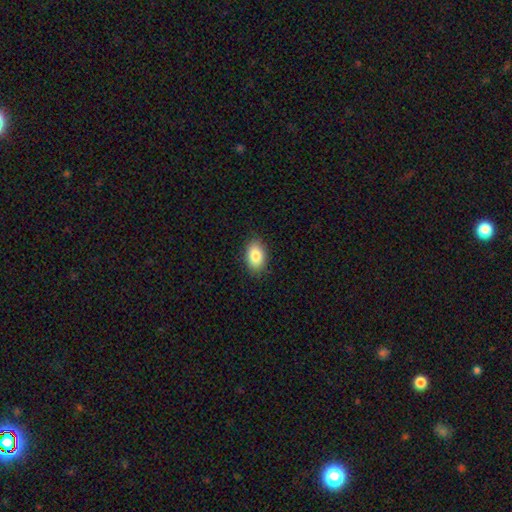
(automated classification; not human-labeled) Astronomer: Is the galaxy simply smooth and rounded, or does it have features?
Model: smooth — 85%.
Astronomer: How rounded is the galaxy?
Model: in between — 89%.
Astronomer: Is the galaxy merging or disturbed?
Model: none — 87%.